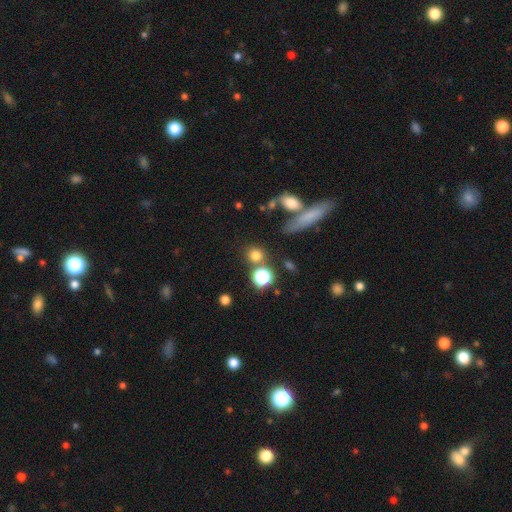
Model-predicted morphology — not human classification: Smooth or featured? smooth (75%)
How rounded? round (85%)
Merging? none (72%)